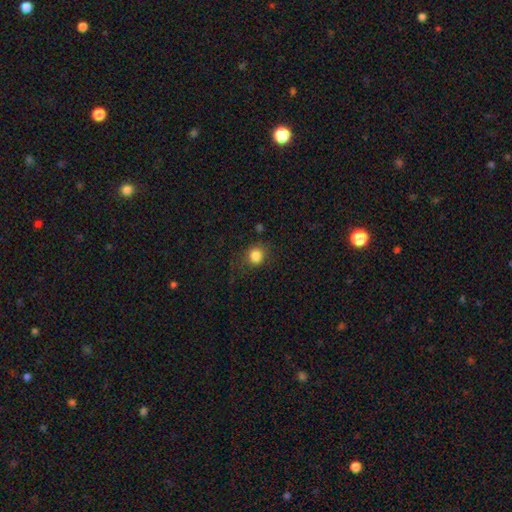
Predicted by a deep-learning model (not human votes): smooth_or_featured: smooth (p=0.84) [alt: star or artifact p=0.11]
how_rounded: round (p=0.81) [alt: in between p=0.18]
merging: none (p=0.76) [alt: minor disturbance p=0.16]